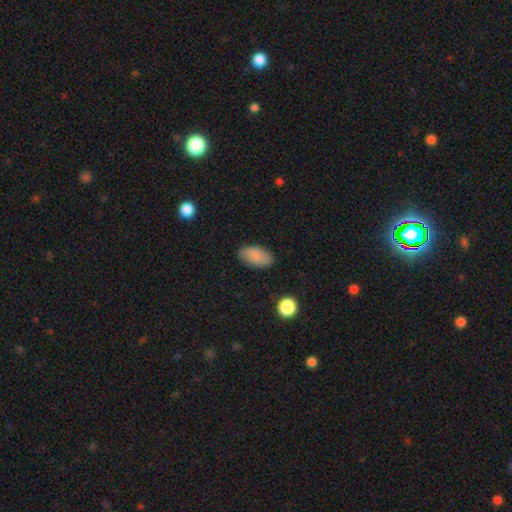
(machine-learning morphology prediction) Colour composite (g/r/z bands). It shows a smooth galaxy with no disk features (87%) that is in between round and cigar-shaped (94%). Merging: none (85%).